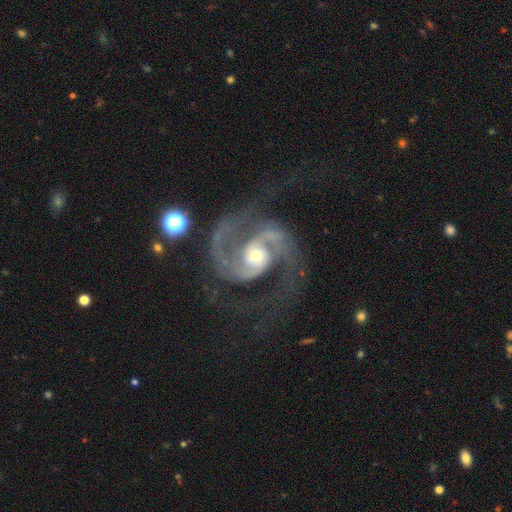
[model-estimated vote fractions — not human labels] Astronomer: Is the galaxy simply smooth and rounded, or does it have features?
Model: featured or disk — 93%.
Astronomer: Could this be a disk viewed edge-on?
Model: no — 98%.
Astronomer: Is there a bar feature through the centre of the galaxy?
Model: no — 50% (runner-up: weak, 39%).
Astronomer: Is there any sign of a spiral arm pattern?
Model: yes — 98%.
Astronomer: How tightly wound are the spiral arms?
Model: medium — 62%.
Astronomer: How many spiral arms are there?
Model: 2 — 88%.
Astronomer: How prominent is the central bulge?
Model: moderate — 60%.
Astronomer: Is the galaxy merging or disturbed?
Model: none — 63%.